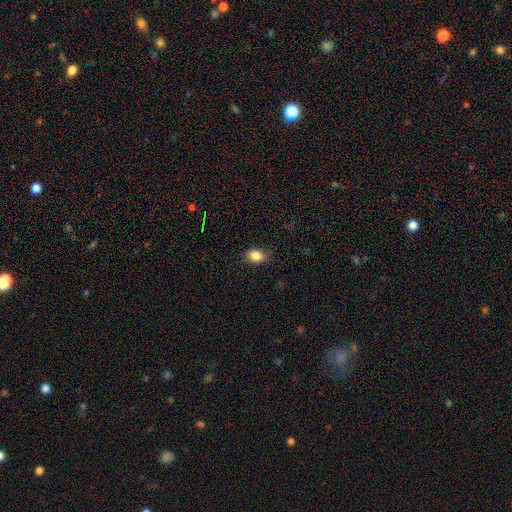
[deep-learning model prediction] Smooth or featured: smooth — 86% (star or artifact — 9%)
How rounded: in between — 76% (round — 23%)
Merging: none — 80% (minor disturbance — 16%)